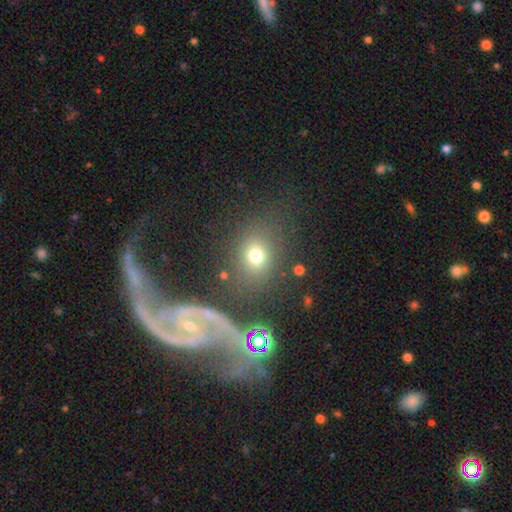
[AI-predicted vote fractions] A smooth galaxy with no disk features (70%) that is round (57%).

Vote fractions:
- Smooth or featured? smooth: 70% / star or artifact: 18% / featured or disk: 11%
- How rounded? round: 57% / in between: 41% / cigar-shaped: 2%
- Merging? none: 73% / minor disturbance: 11% / merger: 9% / major disturbance: 7%